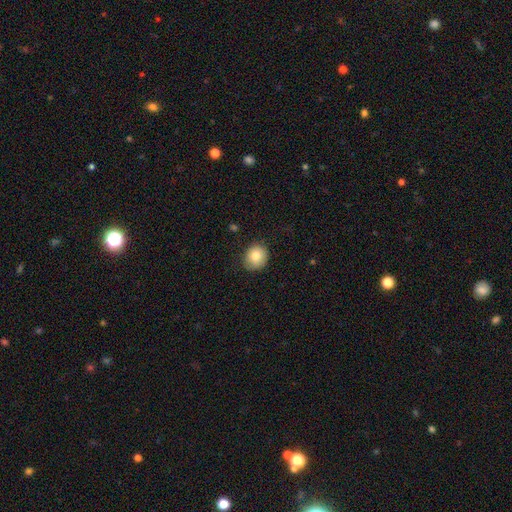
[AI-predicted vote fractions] smooth_or_featured: smooth (p=0.82) [alt: featured or disk p=0.10]
how_rounded: round (p=0.79) [alt: in between p=0.20]
merging: none (p=0.81) [alt: minor disturbance p=0.15]